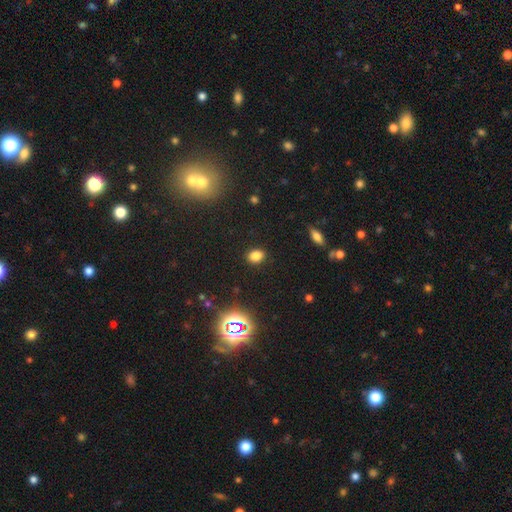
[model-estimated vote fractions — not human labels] A smooth galaxy with no disk features (78%) that is in between round and cigar-shaped (62%).

Vote fractions:
- Smooth or featured? smooth: 78% / star or artifact: 16% / featured or disk: 6%
- How rounded? in between: 62% / round: 36% / cigar-shaped: 1%
- Merging? none: 88% / minor disturbance: 8% / major disturbance: 2% / merger: 1%